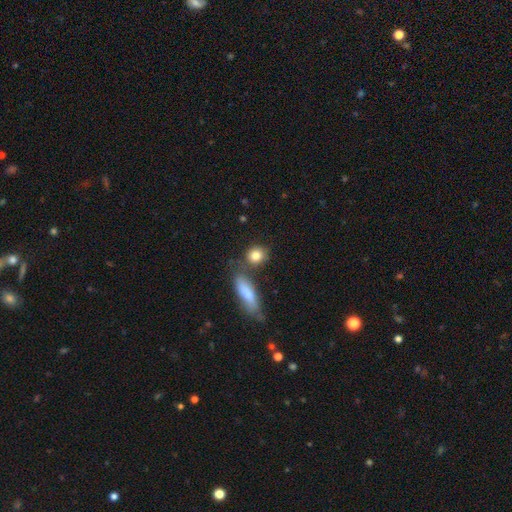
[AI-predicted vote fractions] smooth 83%, featured or disk 9%, star or artifact 8%. Down the decision tree: how rounded — round (67%); merging — none (66%).